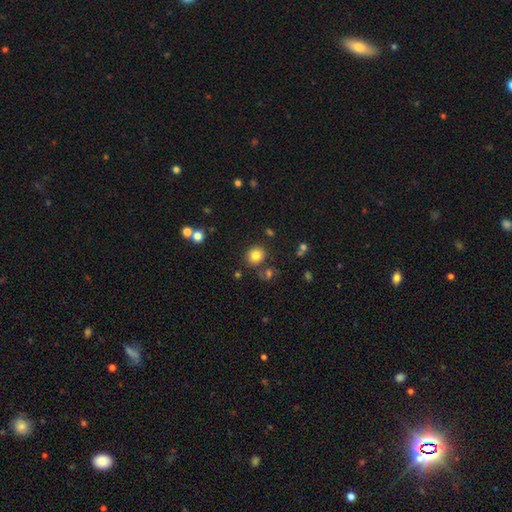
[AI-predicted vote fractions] Smooth or featured? Predicted: smooth (p=0.80). How rounded? Predicted: round (p=0.78). Merging? Predicted: none (p=0.80).